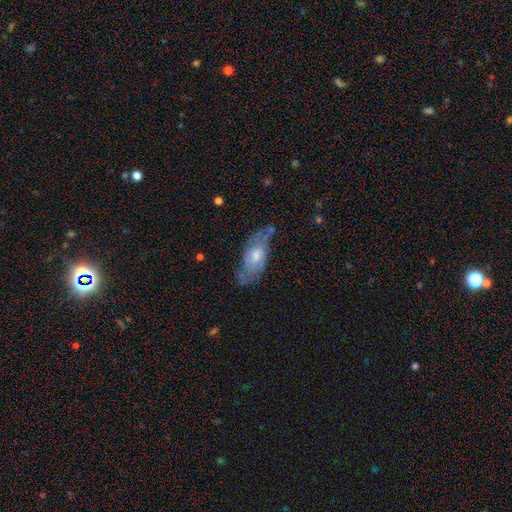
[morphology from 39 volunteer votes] type=featured or disk (62%); edge-on=no (88%); bar=no (76%); spiral arms=yes (62%); winding=loose (62%); arm count=can't tell (46%); bulge=moderate (62%); merging=none (34%, tied with major disturbance).